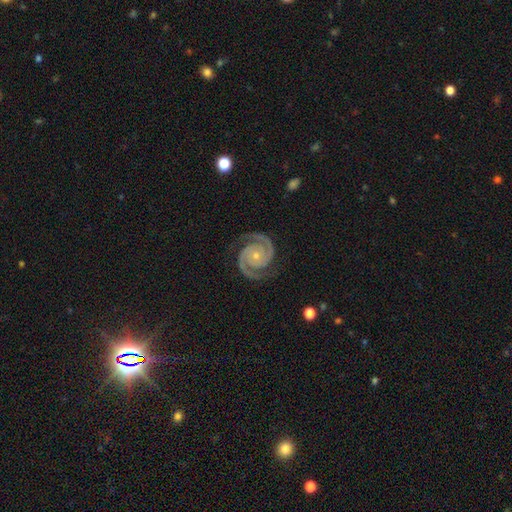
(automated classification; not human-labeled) A featured or disk galaxy (95%) with no bar (78%), 2 (94%) tight (65%) spiral arms (99%) and a small central bulge (70%).

Vote fractions:
- Smooth or featured? featured or disk: 95% / star or artifact: 4% / smooth: 2%
- Edge-on disk? no: 98% / yes: 2%
- Bar? no: 78% / weak: 14% / strong: 8%
- Spiral arms? yes: 99% / no: 1%
- Spiral winding? tight: 65% / medium: 31% / loose: 4%
- Spiral arm count? 2: 94% / 3: 2% / can't tell: 1% / 1: 1% / 4: 1% / more than 4: 1%
- Bulge size? small: 70% / moderate: 27% / none: 2% / large: 1% / dominant: 1%
- Merging? none: 86% / minor disturbance: 10% / major disturbance: 3% / merger: 1%